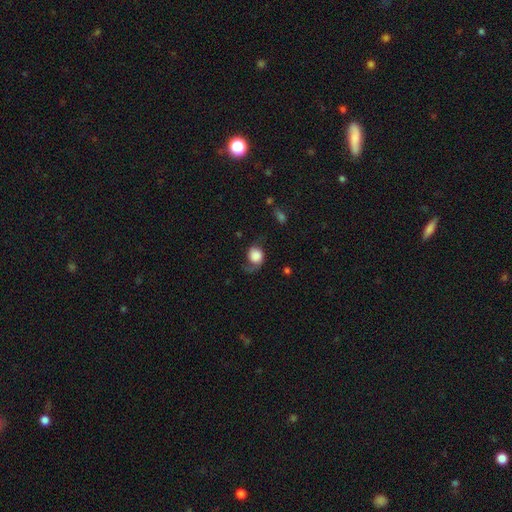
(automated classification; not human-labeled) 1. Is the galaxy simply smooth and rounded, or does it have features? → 69% smooth, 23% featured or disk, 8% star or artifact.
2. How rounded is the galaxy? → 64% round, 35% in between, 1% cigar-shaped.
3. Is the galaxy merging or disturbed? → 37% none, 32% major disturbance, 28% minor disturbance, 3% merger.